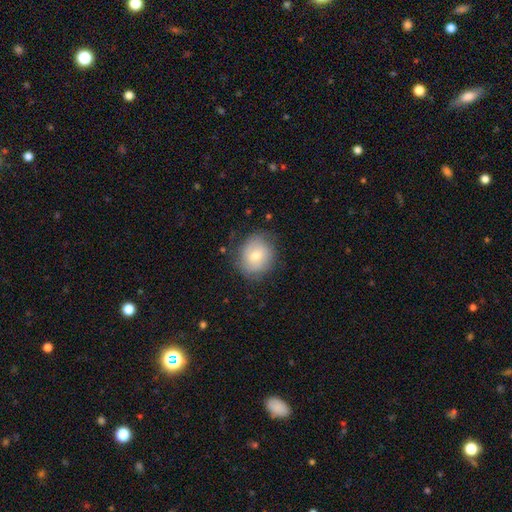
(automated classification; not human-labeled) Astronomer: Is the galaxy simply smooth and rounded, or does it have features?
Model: smooth — 72%.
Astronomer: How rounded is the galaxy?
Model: round — 74%.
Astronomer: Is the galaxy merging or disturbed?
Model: none — 72%.